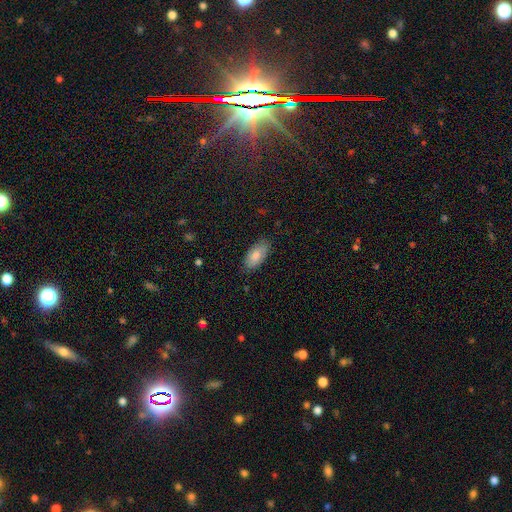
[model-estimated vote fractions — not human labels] Smooth or featured? Predicted: smooth (p=0.81). How rounded? Predicted: in between (p=0.93). Merging? Predicted: none (p=0.83).